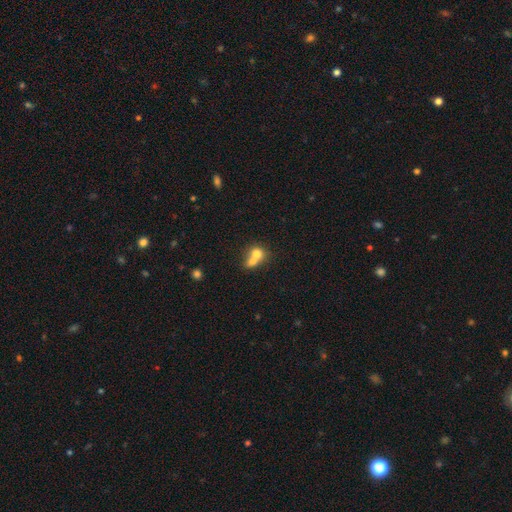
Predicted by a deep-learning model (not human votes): Smooth or featured?
  - smooth: 71% *
  - featured or disk: 20%
  - star or artifact: 10%
How rounded?
  - round: 66% *
  - in between: 33%
  - cigar-shaped: 1%
Merging?
  - merger: 69% *
  - none: 23%
  - minor disturbance: 6%
  - major disturbance: 3%